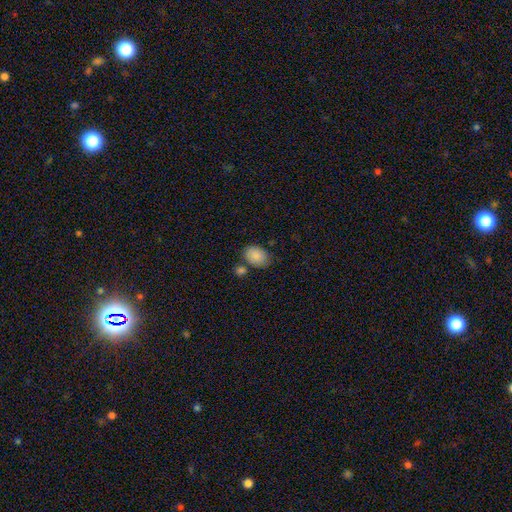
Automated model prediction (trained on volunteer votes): Smooth or featured? smooth (87%)
How rounded? in between (74%)
Merging? none (67%)